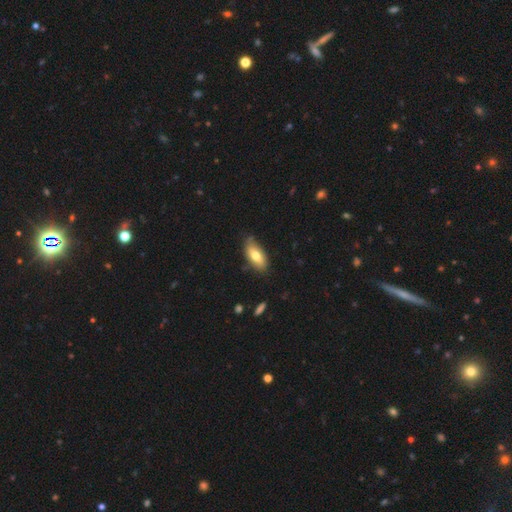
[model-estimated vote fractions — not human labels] The model was most divided on "smooth or featured": smooth: 71%, featured or disk: 23%, star or artifact: 6%. More confident: how rounded — in between (87%); merging — none (71%).